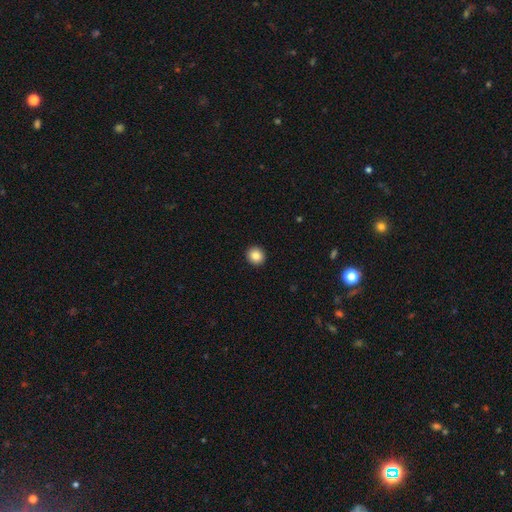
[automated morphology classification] This appears to be a smooth galaxy with no disk features (86%) that is round (91%). Merging: none (93%).